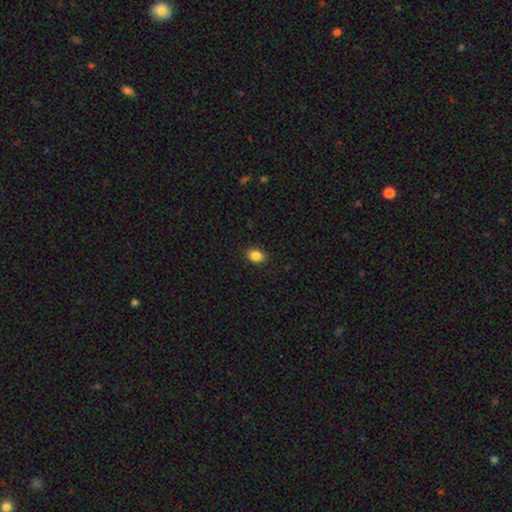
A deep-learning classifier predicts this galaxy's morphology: smooth_or_featured: smooth (p=0.86) [alt: star or artifact p=0.10]
how_rounded: in between (p=0.68) [alt: round p=0.31]
merging: none (p=0.90) [alt: minor disturbance p=0.07]